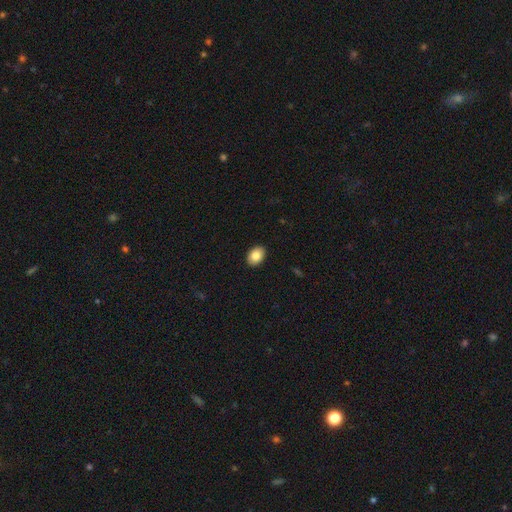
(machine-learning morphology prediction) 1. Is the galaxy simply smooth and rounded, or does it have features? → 84% smooth, 8% featured or disk, 7% star or artifact.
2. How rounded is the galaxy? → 79% in between, 20% round, 1% cigar-shaped.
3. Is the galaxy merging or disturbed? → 91% none, 7% minor disturbance, 2% major disturbance, 1% merger.